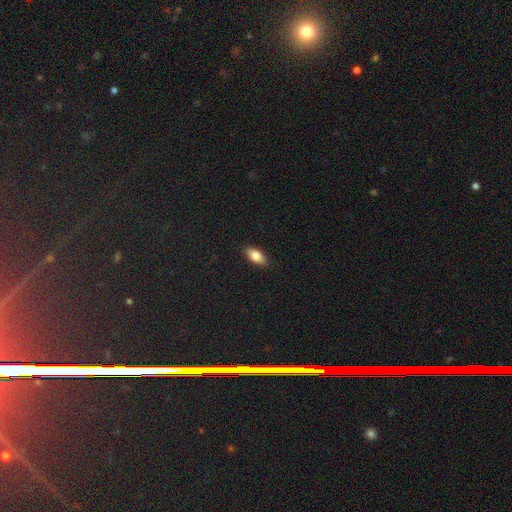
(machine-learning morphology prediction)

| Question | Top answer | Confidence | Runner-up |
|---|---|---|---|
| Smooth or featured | smooth | 82% | featured or disk (10%) |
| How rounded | in between | 87% | cigar-shaped (10%) |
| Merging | none | 88% | minor disturbance (9%) |